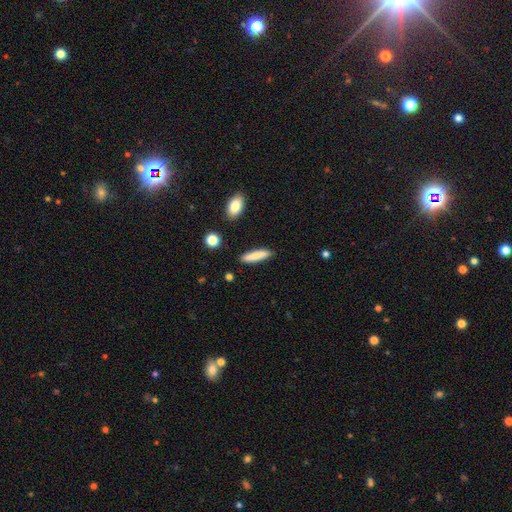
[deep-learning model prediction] The model was most divided on "smooth or featured": smooth: 80%, featured or disk: 14%, star or artifact: 6%. More confident: merging — none (87%); how rounded — cigar-shaped (83%).